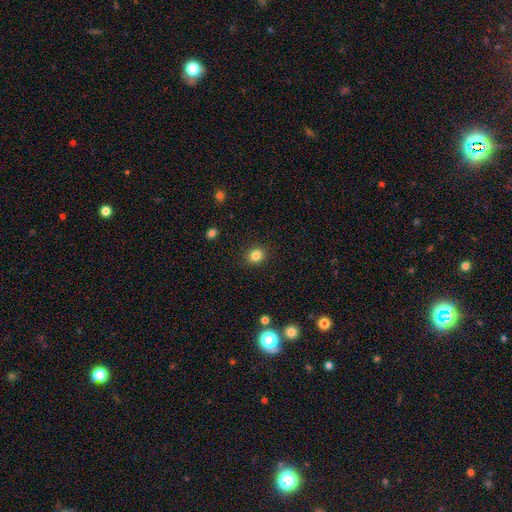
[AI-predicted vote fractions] smooth_or_featured: smooth (p=0.83) [alt: star or artifact p=0.11]
how_rounded: round (p=0.71) [alt: in between p=0.28]
merging: none (p=0.90) [alt: minor disturbance p=0.07]